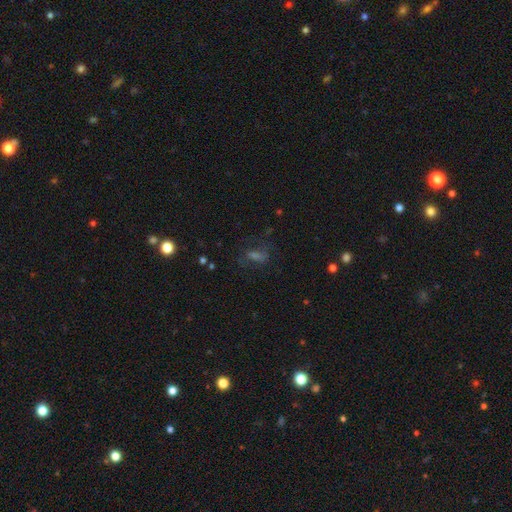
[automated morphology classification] smooth_or_featured: smooth (p=0.38) [alt: star or artifact p=0.33]
merging: none (p=0.63) [alt: minor disturbance p=0.18]